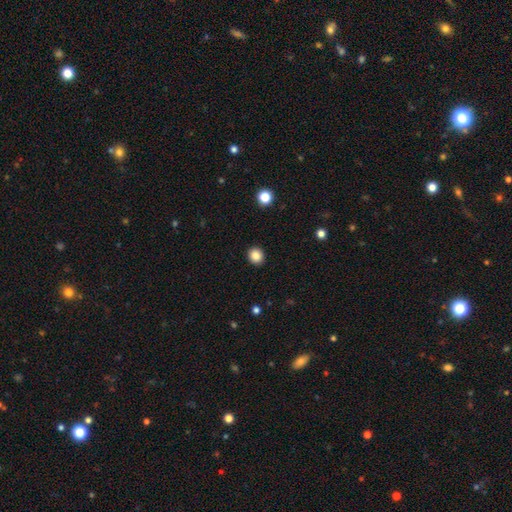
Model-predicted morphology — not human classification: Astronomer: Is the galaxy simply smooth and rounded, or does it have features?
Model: smooth — 86%.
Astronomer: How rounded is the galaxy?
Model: round — 86%.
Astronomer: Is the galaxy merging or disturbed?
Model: none — 92%.